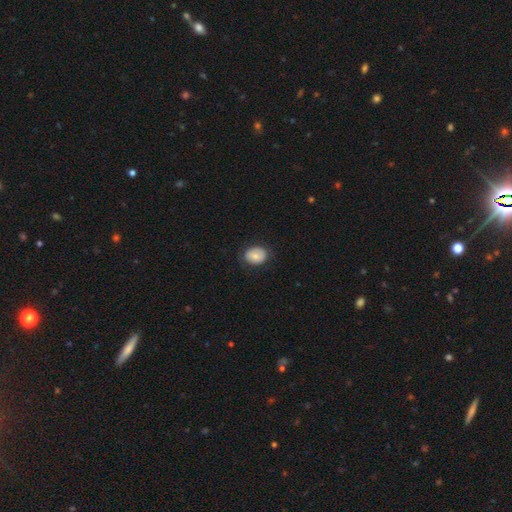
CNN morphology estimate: Smooth or featured? smooth (72%)
How rounded? in between (50%)
Merging? none (80%)